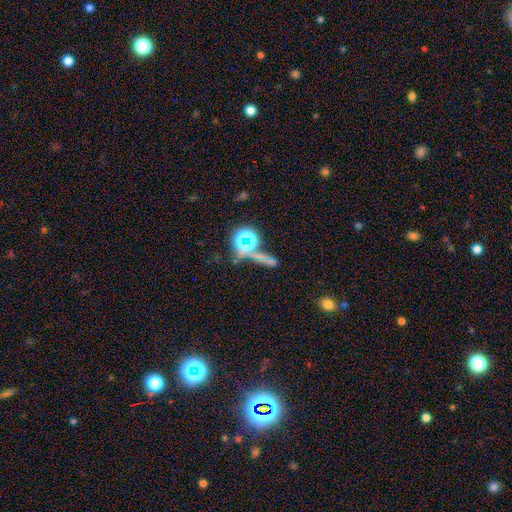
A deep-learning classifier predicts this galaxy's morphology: The model was most divided on "smooth or featured": star or artifact: 58%, smooth: 28%, featured or disk: 13%.